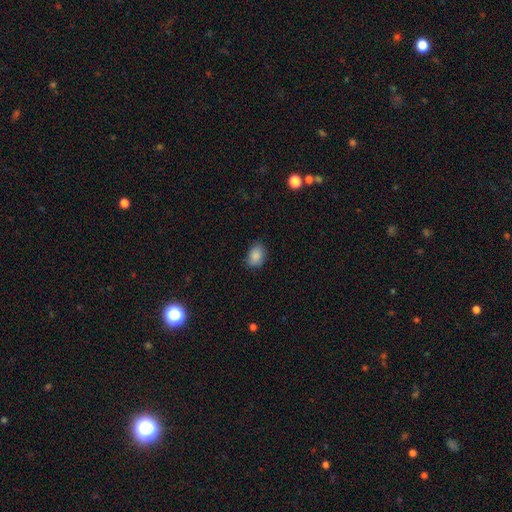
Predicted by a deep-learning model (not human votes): A smooth galaxy with no disk features (87%) that is in between round and cigar-shaped (74%).

Vote fractions:
- Smooth or featured? smooth: 87% / star or artifact: 8% / featured or disk: 4%
- How rounded? in between: 74% / round: 25% / cigar-shaped: 1%
- Merging? none: 78% / minor disturbance: 17% / major disturbance: 3% / merger: 1%